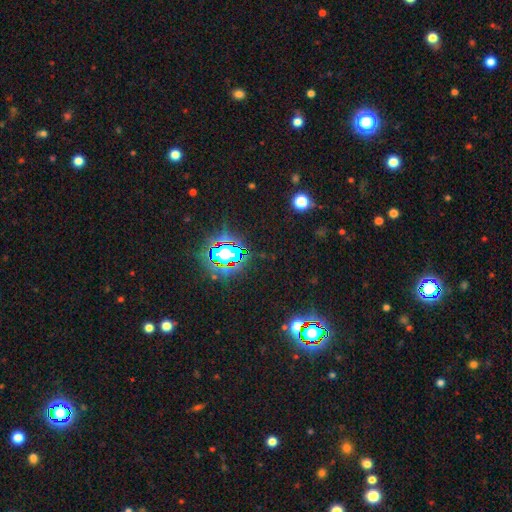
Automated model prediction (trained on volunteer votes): A star or artifact, not a galaxy (80%).